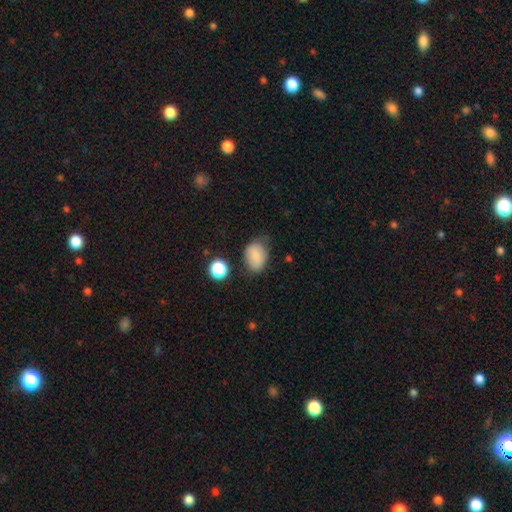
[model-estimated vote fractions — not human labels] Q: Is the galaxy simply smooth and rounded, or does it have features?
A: smooth — 81%.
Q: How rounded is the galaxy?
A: in between — 73%.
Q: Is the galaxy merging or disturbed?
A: none — 64%.